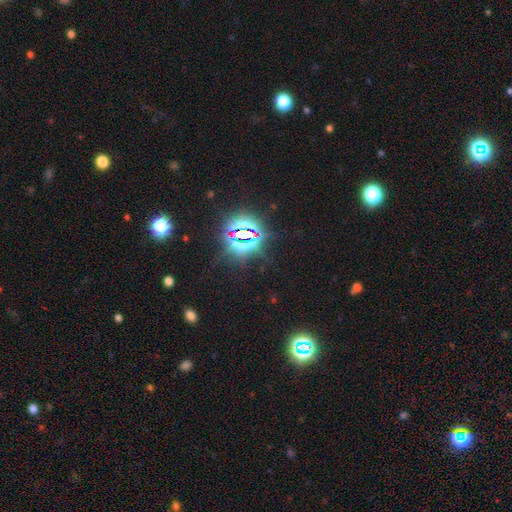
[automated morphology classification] type=star or artifact (82%).